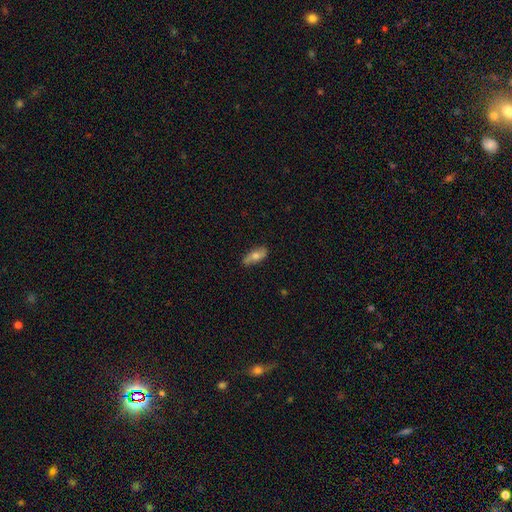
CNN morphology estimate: Smooth or featured: smooth — 59% (featured or disk — 35%)
How rounded: in between — 75% (cigar-shaped — 21%)
Merging: none — 81% (minor disturbance — 15%)